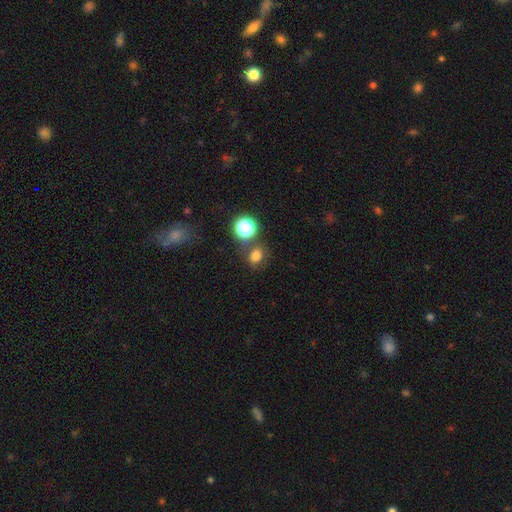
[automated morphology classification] This appears to be a smooth galaxy with no disk features (72%) that is round (65%). Merging: none (73%).